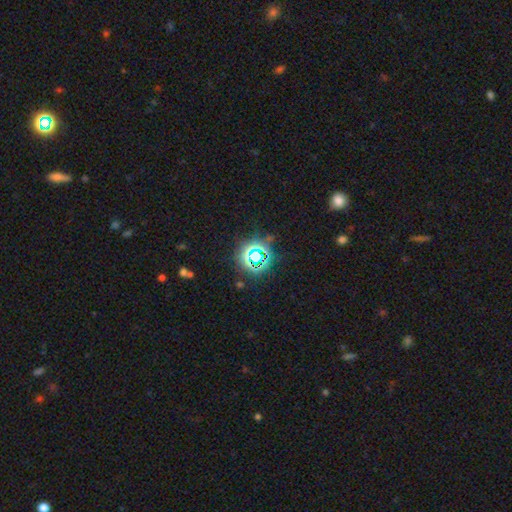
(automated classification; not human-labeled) Smooth or featured? star or artifact (74%)